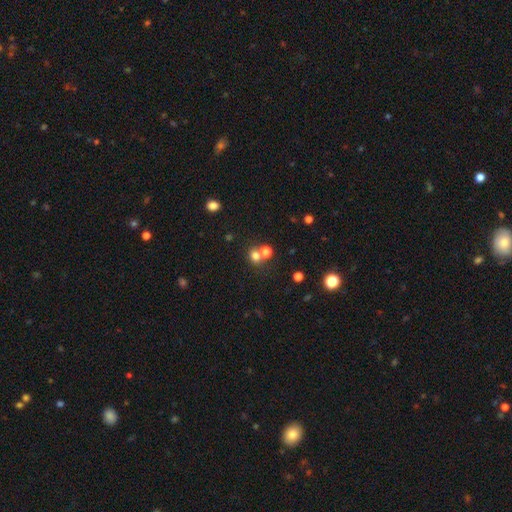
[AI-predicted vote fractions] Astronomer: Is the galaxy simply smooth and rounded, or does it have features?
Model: smooth — 72%.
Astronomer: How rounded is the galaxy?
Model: round — 74%.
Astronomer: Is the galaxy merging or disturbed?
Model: none — 51% (runner-up: merger, 37%).